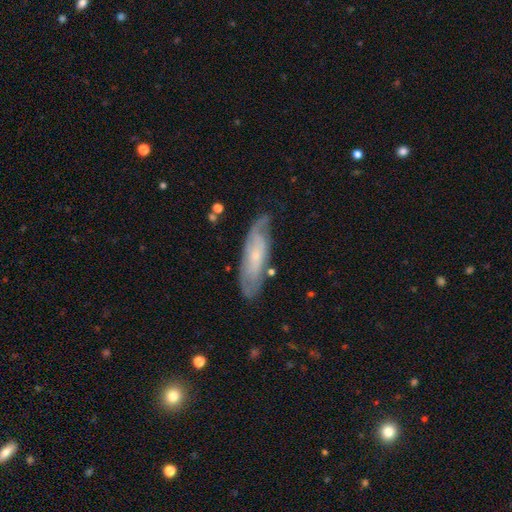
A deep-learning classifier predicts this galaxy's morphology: Smooth or featured: featured or disk — 64% (smooth — 30%)
Edge-on disk: no — 75% (yes — 25%)
Merging: none — 68% (minor disturbance — 23%)